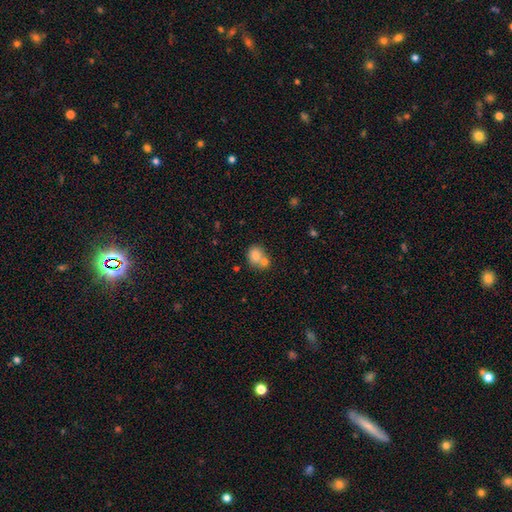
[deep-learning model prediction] smooth-or-featured: smooth: 78% | featured or disk: 12% | star or artifact: 10%
  how-rounded: round: 64% | in between: 35% | cigar-shaped: 1%
  merging: merger: 50% | none: 37% | minor disturbance: 9% | major disturbance: 3%